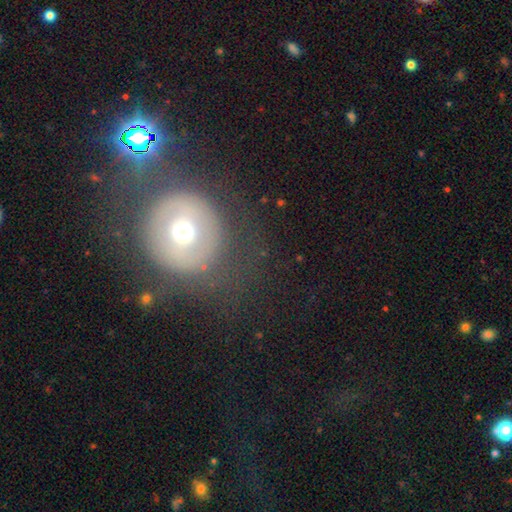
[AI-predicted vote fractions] smooth_or_featured: smooth (p=0.46) [alt: featured or disk p=0.37]
merging: none (p=0.73) [alt: major disturbance p=0.12]